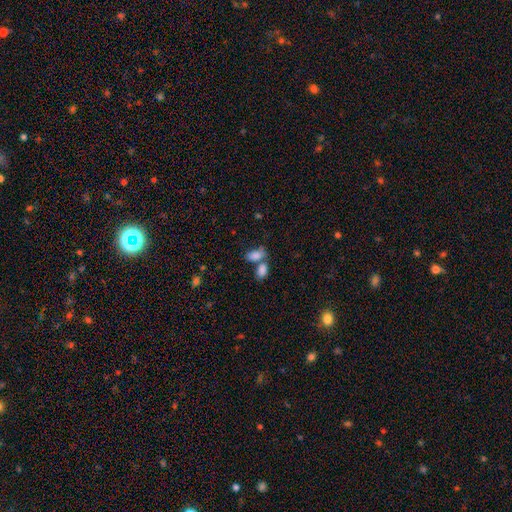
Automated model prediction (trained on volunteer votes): Smooth or featured: smooth — 84% (star or artifact — 8%)
How rounded: in between — 91% (round — 6%)
Merging: merger — 50% (none — 35%)